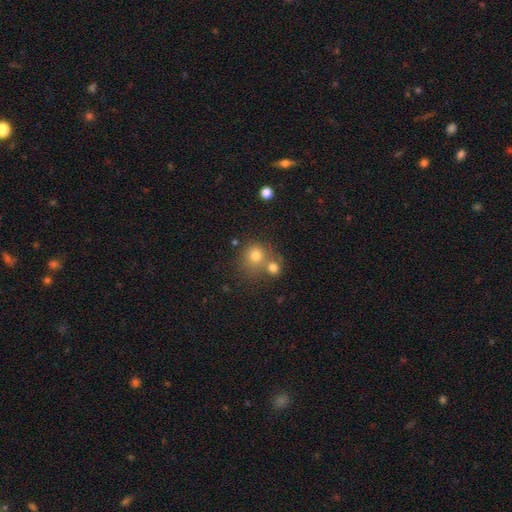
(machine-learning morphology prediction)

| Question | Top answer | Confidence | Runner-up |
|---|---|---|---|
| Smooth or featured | smooth | 75% | star or artifact (14%) |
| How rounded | round | 86% | in between (13%) |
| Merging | none | 50% | merger (36%) |